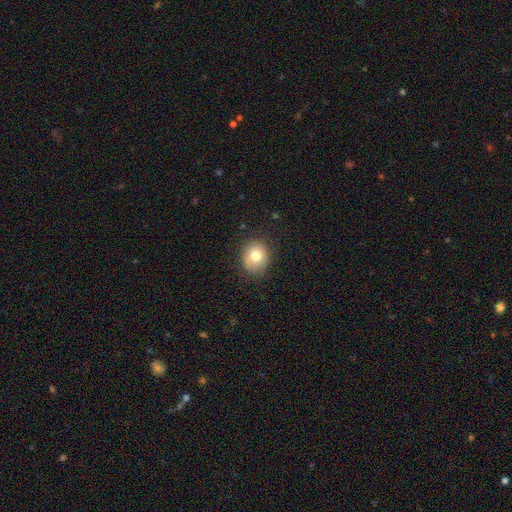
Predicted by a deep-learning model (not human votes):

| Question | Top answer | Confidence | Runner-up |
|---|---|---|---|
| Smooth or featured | smooth | 78% | featured or disk (12%) |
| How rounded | round | 73% | in between (26%) |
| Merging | none | 80% | minor disturbance (15%) |